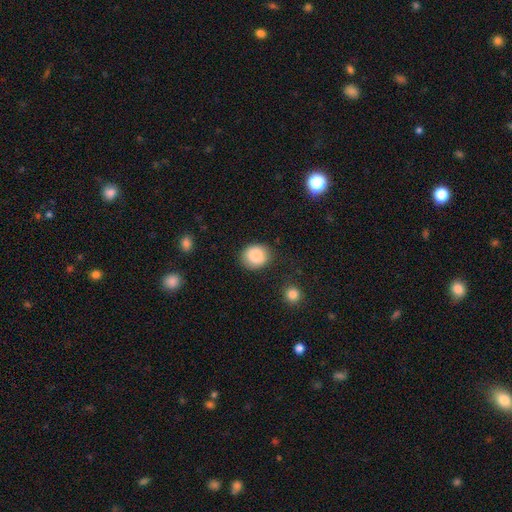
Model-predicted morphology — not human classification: Overall: smooth (88%). How rounded: round (76%). Merging: none (84%).